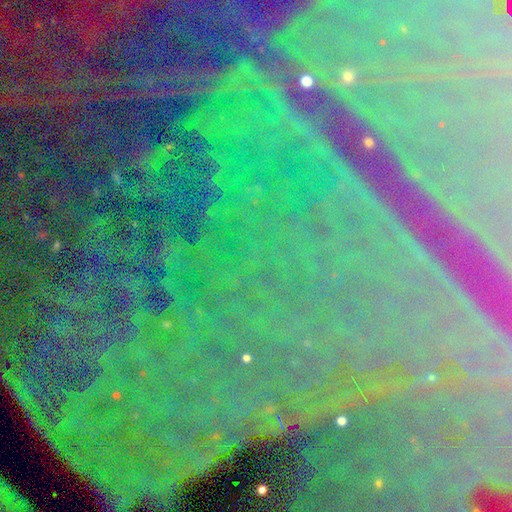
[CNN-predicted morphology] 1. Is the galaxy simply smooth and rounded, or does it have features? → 87% star or artifact, 7% featured or disk, 6% smooth.